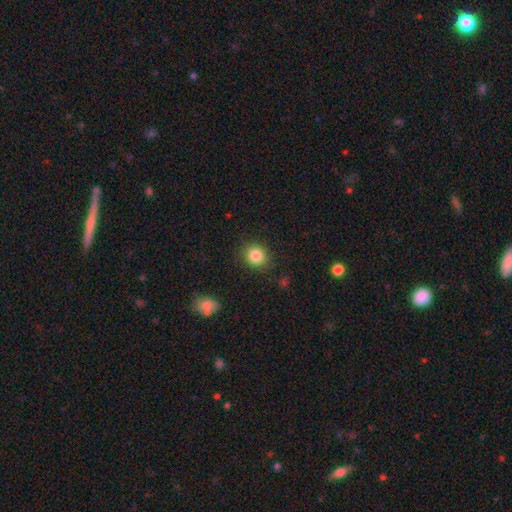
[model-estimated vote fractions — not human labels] Smooth or featured?
  - smooth: 84% *
  - star or artifact: 10%
  - featured or disk: 6%
How rounded?
  - round: 79% *
  - in between: 20%
  - cigar-shaped: 1%
Merging?
  - none: 87% *
  - minor disturbance: 9%
  - major disturbance: 3%
  - merger: 1%